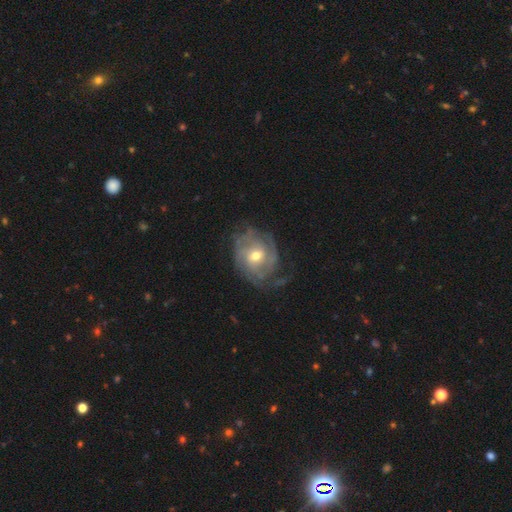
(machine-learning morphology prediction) Smooth or featured: featured or disk — 83% (smooth — 11%)
Edge-on disk: no — 97% (yes — 3%)
Bar: no — 64% (weak — 30%)
Spiral arms: yes — 91% (no — 9%)
Spiral winding: tight — 61% (medium — 29%)
Spiral arm count: can't tell — 41% (3 — 19%)
Bulge size: moderate — 64% (small — 31%)
Merging: none — 63% (minor disturbance — 22%)